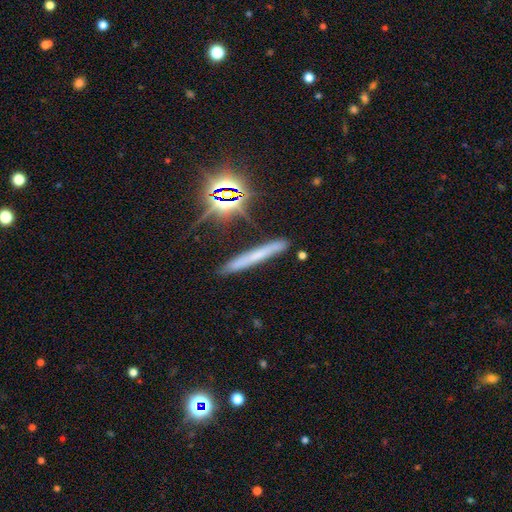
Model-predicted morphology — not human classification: The model was most divided on "smooth or featured": smooth: 47%, featured or disk: 30%, star or artifact: 23%. More confident: merging — none (83%).